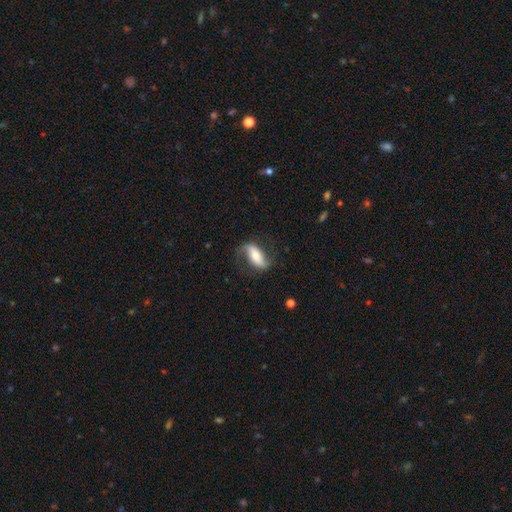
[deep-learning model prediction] This appears to be a featured or disk galaxy (68%) with a strong bar (46%), 2 (89%) loose (66%) spiral arms (88%) and a moderate central bulge (58%). Merging: none (70%).